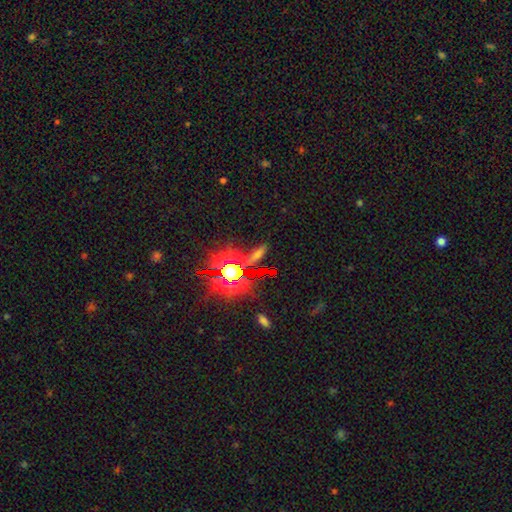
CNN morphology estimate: Smooth or featured? star or artifact (73%)